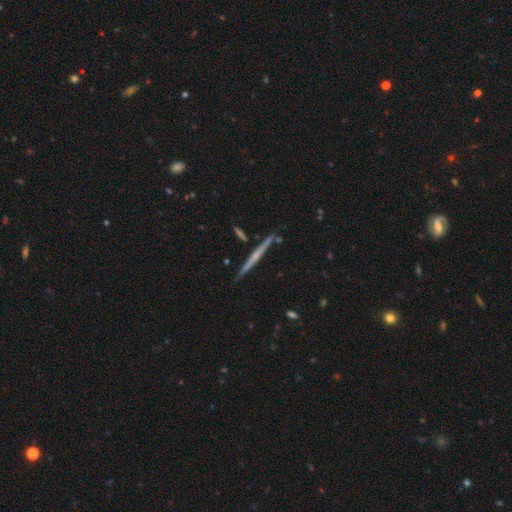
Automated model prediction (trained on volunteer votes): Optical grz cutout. It shows a featured or disk galaxy (67%) viewed edge-on (98%) with no central bulge (63%). Merging: none (88%).